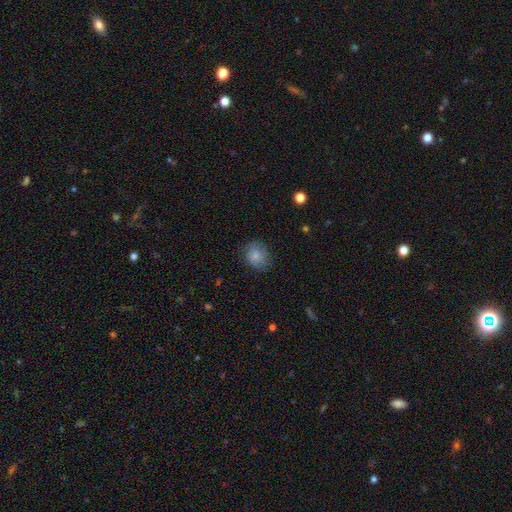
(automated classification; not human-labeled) Overall: smooth (81%). How rounded: round (62%; in between 37%). Merging: none (76%).